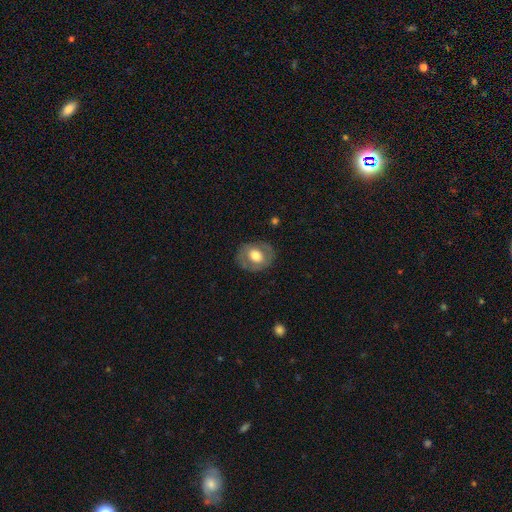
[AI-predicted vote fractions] This appears to be a smooth galaxy with no disk features (53%) that is round (56%). Merging: none (79%).